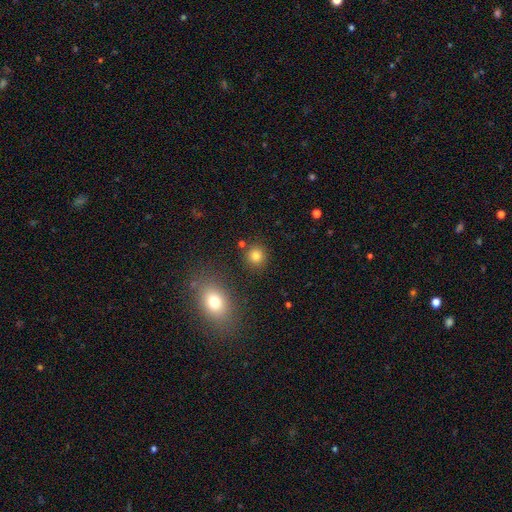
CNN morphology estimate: Smooth or featured? Predicted: smooth (p=0.81). How rounded? Predicted: round (p=0.88). Merging? Predicted: none (p=0.86).